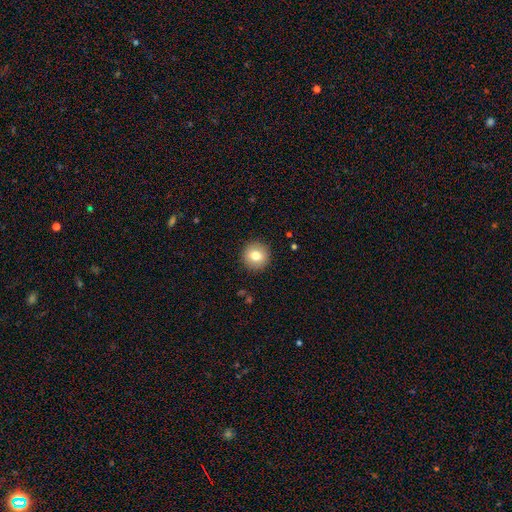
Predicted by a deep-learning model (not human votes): smooth_or_featured: smooth (p=0.79) [alt: featured or disk p=0.12]
how_rounded: round (p=0.95) [alt: in between p=0.04]
merging: none (p=0.92) [alt: minor disturbance p=0.05]